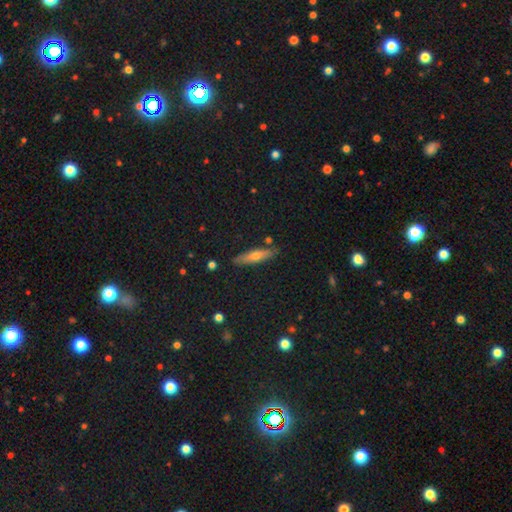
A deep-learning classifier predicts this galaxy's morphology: This is possibly a featured or disk galaxy (47%). Merging: clearly none (85%).